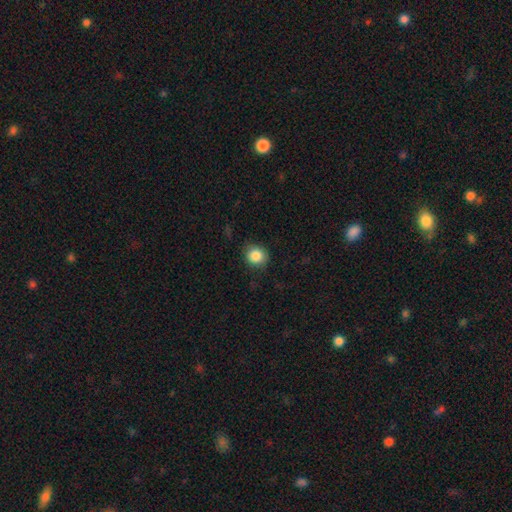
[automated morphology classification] This is clearly a smooth galaxy (86%). How rounded: clearly round (85%). Merging: clearly none (83%).